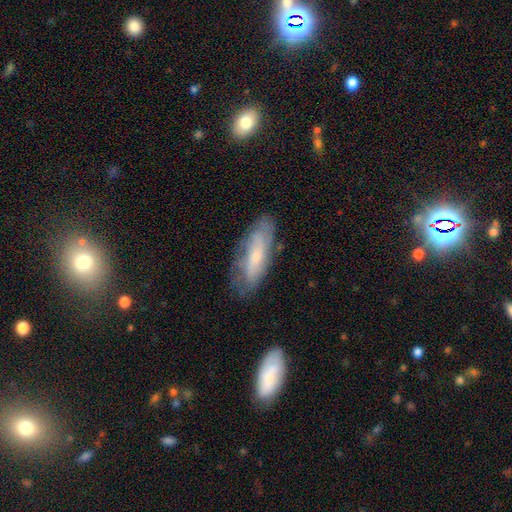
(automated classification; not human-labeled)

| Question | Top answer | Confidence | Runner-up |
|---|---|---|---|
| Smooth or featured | smooth | 50% | featured or disk (43%) |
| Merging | none | 71% | minor disturbance (21%) |